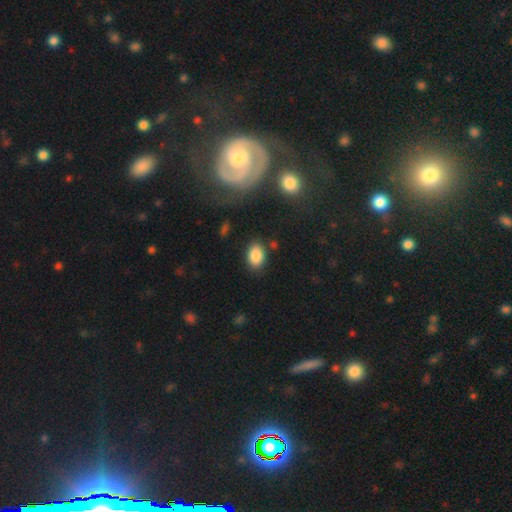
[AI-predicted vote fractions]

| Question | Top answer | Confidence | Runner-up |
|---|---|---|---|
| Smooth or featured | smooth | 86% | star or artifact (9%) |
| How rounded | in between | 84% | round (15%) |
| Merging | none | 82% | minor disturbance (12%) |